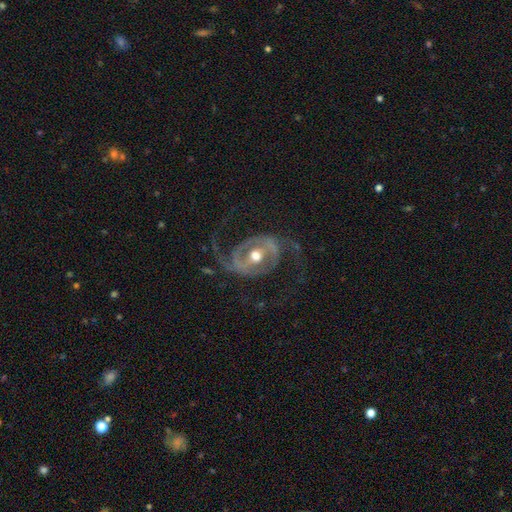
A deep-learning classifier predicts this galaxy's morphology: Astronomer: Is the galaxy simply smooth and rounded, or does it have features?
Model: featured or disk — 88%.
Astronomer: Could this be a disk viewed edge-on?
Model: no — 97%.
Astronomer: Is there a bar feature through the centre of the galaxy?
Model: strong — 39% (runner-up: weak, 33%).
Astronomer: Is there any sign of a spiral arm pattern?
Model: yes — 91%.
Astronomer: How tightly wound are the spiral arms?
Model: medium — 44% (runner-up: loose, 42%).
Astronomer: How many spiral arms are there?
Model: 2 — 87%.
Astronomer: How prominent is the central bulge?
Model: moderate — 77%.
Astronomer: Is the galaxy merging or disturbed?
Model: none — 64%.